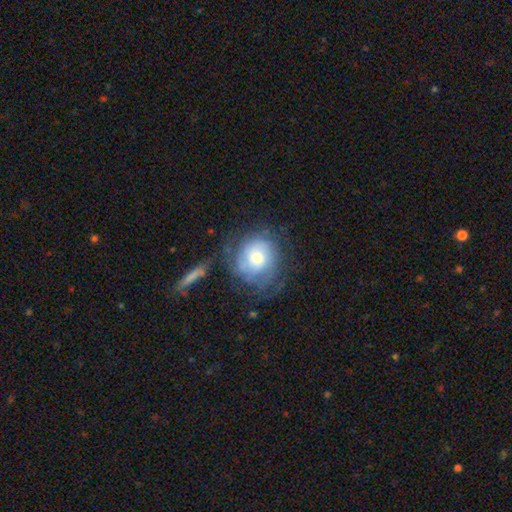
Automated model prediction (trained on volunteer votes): Q: Smooth or featured?
A: featured or disk (50%); runner-up: smooth (42%)
Q: Merging?
A: none (56%); runner-up: minor disturbance (22%)